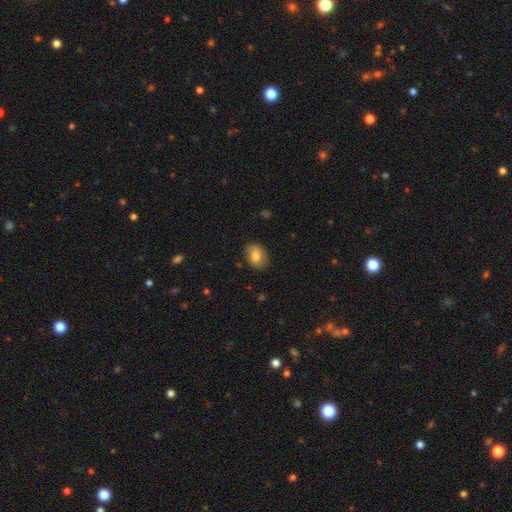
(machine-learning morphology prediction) Smooth or featured? Predicted: smooth (p=0.78). How rounded? Predicted: in between (p=0.72). Merging? Predicted: none (p=0.81).